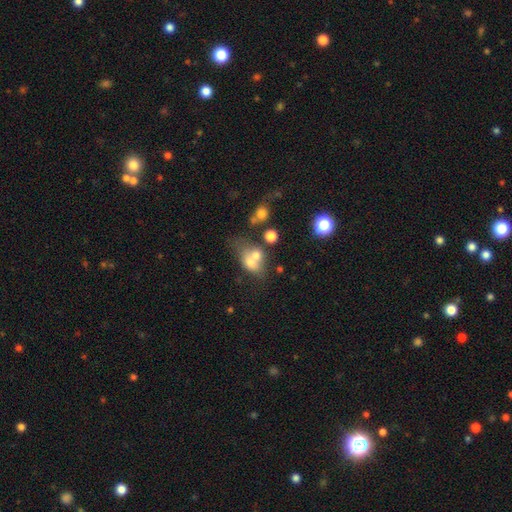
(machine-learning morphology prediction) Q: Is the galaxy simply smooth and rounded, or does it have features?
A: smooth — 61%.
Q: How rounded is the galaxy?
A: in between — 57%.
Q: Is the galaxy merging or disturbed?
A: merger — 59%.